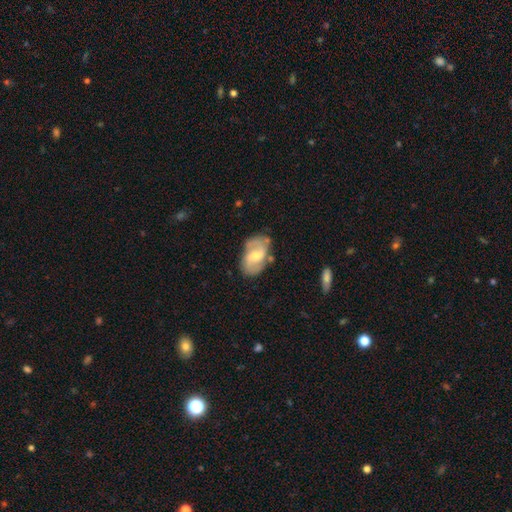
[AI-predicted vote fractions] Q: Smooth or featured?
A: featured or disk (70%); runner-up: smooth (25%)
Q: Edge-on disk?
A: no (96%); runner-up: yes (4%)
Q: Bar?
A: weak (52%); runner-up: no (35%)
Q: Spiral arms?
A: yes (88%); runner-up: no (12%)
Q: Spiral winding?
A: medium (45%); runner-up: loose (38%)
Q: Spiral arm count?
A: 2 (84%); runner-up: can't tell (9%)
Q: Bulge size?
A: moderate (51%); runner-up: small (42%)
Q: Merging?
A: none (69%); runner-up: minor disturbance (21%)